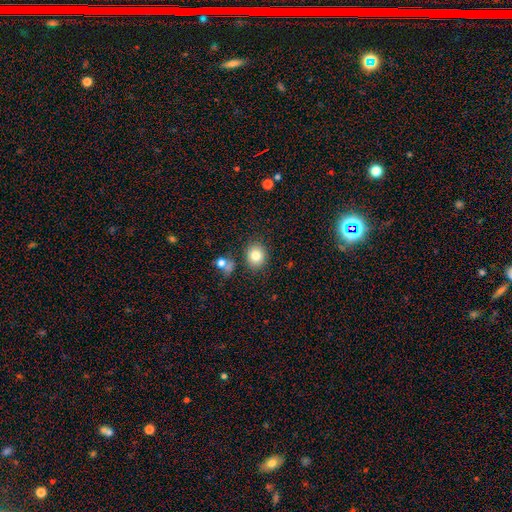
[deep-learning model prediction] smooth-or-featured: smooth: 81% | star or artifact: 11% | featured or disk: 8%
  how-rounded: round: 69% | in between: 30% | cigar-shaped: 1%
  merging: none: 81% | minor disturbance: 10% | merger: 6% | major disturbance: 3%